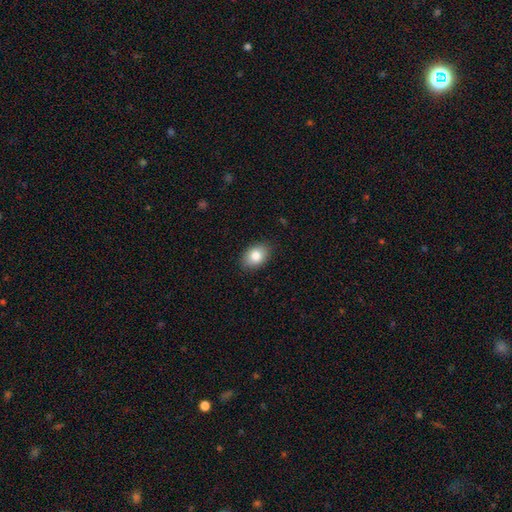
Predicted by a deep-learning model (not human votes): This is clearly a smooth galaxy (84%). How rounded: clearly in between (82%). Merging: clearly none (87%).